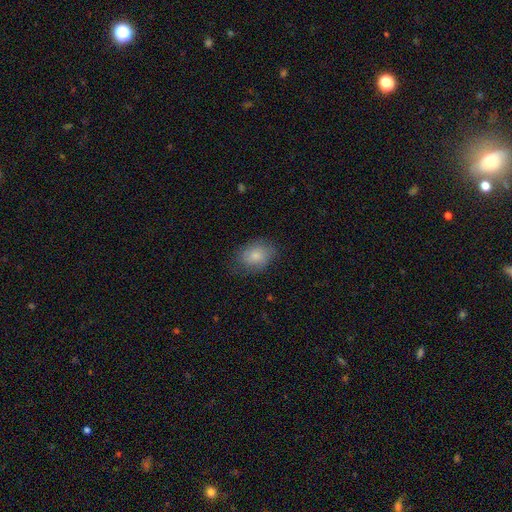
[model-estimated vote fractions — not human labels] A smooth galaxy with no disk features (79%) that is in between round and cigar-shaped (73%).

Vote fractions:
- Smooth or featured? smooth: 79% / featured or disk: 14% / star or artifact: 7%
- How rounded? in between: 73% / round: 26% / cigar-shaped: 1%
- Merging? none: 69% / minor disturbance: 22% / major disturbance: 7% / merger: 1%